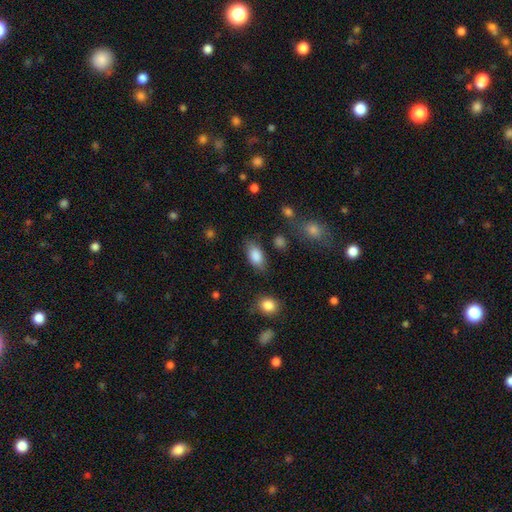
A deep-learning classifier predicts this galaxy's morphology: Smooth or featured? Predicted: smooth (p=0.86). How rounded? Predicted: in between (p=0.91). Merging? Predicted: none (p=0.79).